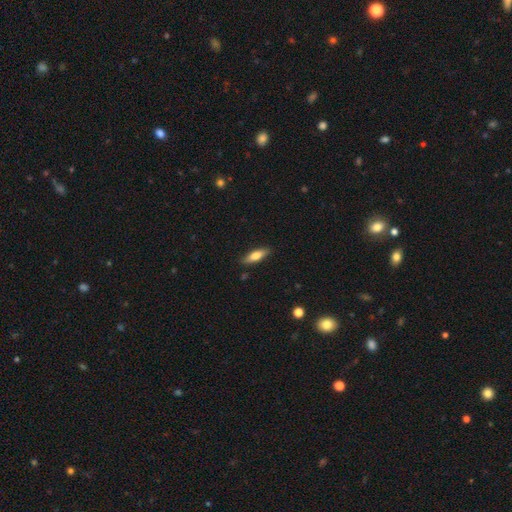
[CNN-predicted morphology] smooth-or-featured: smooth: 68% | featured or disk: 26% | star or artifact: 6%
  how-rounded: cigar-shaped: 51% | in between: 46% | round: 2%
  merging: none: 87% | minor disturbance: 10% | major disturbance: 2% | merger: 1%